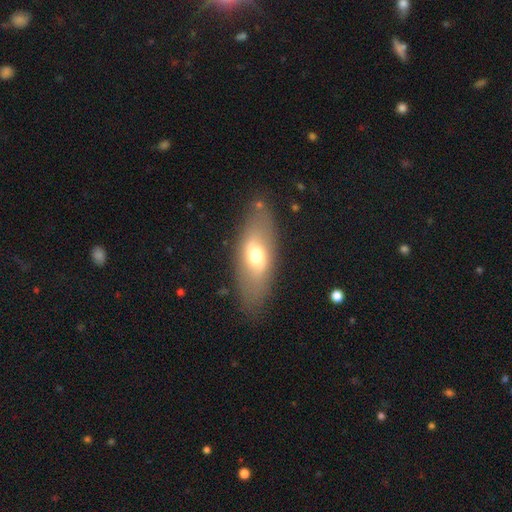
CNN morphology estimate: type=smooth (58%); roundness=in between (77%); merging=none (82%).